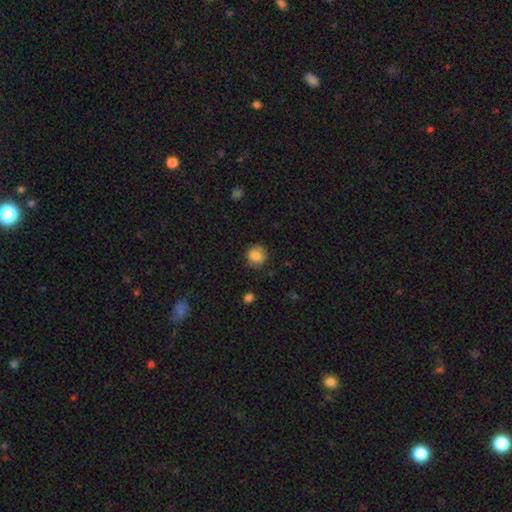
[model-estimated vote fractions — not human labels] smooth_or_featured: smooth (p=0.83) [alt: star or artifact p=0.09]
how_rounded: round (p=0.82) [alt: in between p=0.17]
merging: none (p=0.78) [alt: minor disturbance p=0.16]